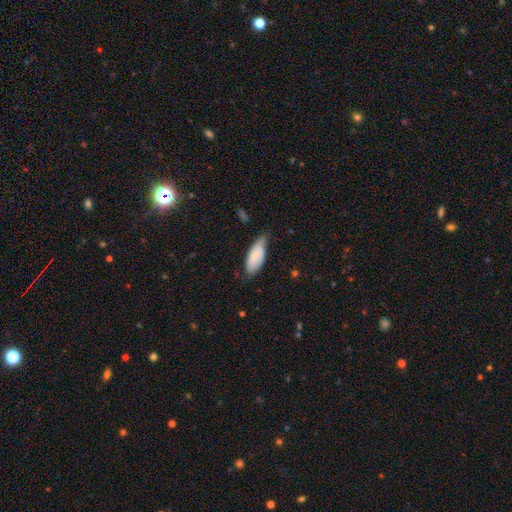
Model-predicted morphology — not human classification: smooth_or_featured: smooth (p=0.64) [alt: featured or disk p=0.30]
how_rounded: in between (p=0.86) [alt: cigar-shaped p=0.12]
merging: none (p=0.48) [alt: minor disturbance p=0.41]